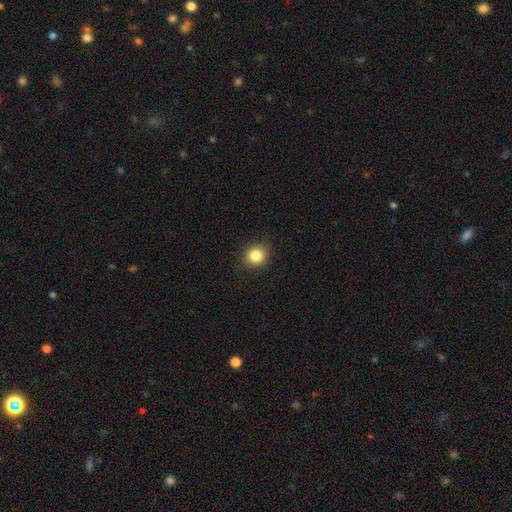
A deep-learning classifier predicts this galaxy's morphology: Smooth or featured? smooth (85%)
How rounded? round (82%)
Merging? none (89%)